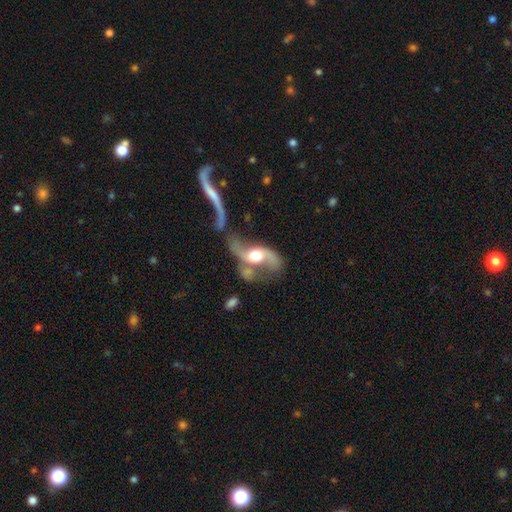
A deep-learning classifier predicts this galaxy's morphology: Q: Smooth or featured?
A: featured or disk (79%); runner-up: smooth (15%)
Q: Edge-on disk?
A: no (91%); runner-up: yes (9%)
Q: Bar?
A: no (57%); runner-up: weak (31%)
Q: Spiral arms?
A: yes (87%); runner-up: no (13%)
Q: Spiral winding?
A: loose (80%); runner-up: medium (16%)
Q: Spiral arm count?
A: 2 (88%); runner-up: 1 (5%)
Q: Bulge size?
A: moderate (58%); runner-up: large (30%)
Q: Merging?
A: merger (34%); runner-up: none (30%)